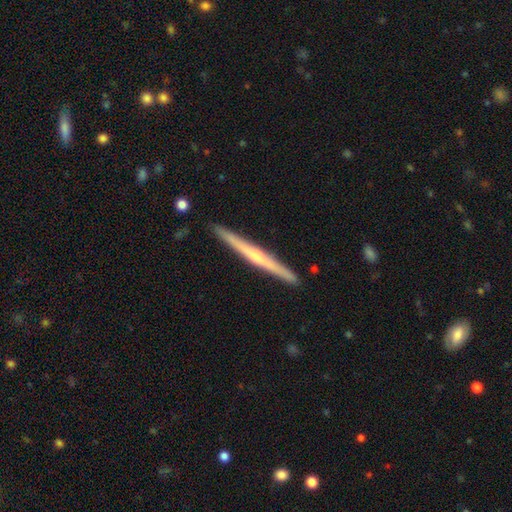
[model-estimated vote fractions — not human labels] Smooth or featured: featured or disk — 66% (smooth — 28%)
Edge-on disk: yes — 98% (no — 2%)
Edge-on bulge: rounded — 55% (none — 37%)
Merging: none — 91% (minor disturbance — 7%)